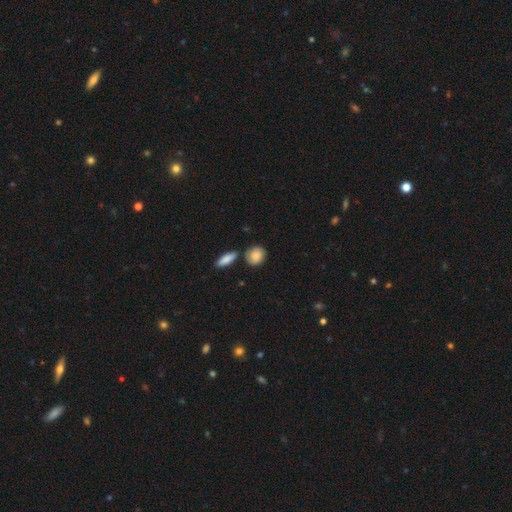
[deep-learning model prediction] This appears to be a smooth galaxy with no disk features (84%) that is round (71%). Merging: none (69%).